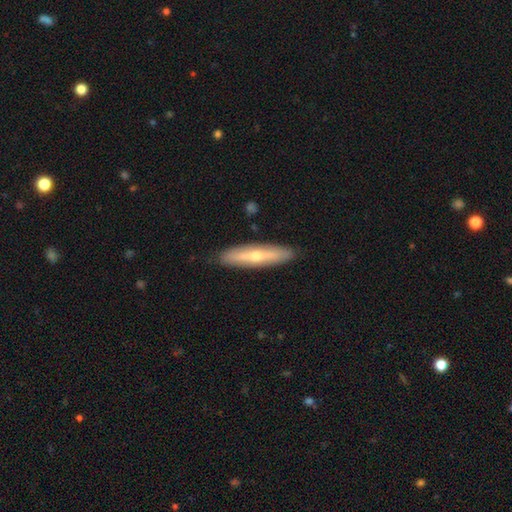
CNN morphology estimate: Overall: featured or disk (52%; smooth 42%). Edge-on disk: yes (73%). Merging: none (88%).